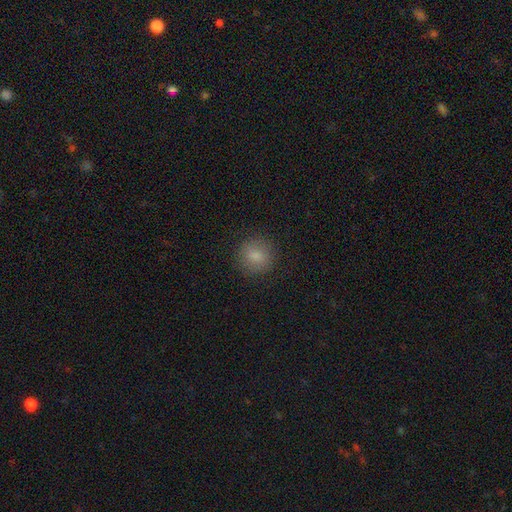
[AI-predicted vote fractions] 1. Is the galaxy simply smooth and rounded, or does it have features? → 83% smooth, 10% star or artifact, 7% featured or disk.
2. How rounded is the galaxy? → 89% round, 10% in between, 1% cigar-shaped.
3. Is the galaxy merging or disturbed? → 87% none, 9% minor disturbance, 3% major disturbance, 1% merger.